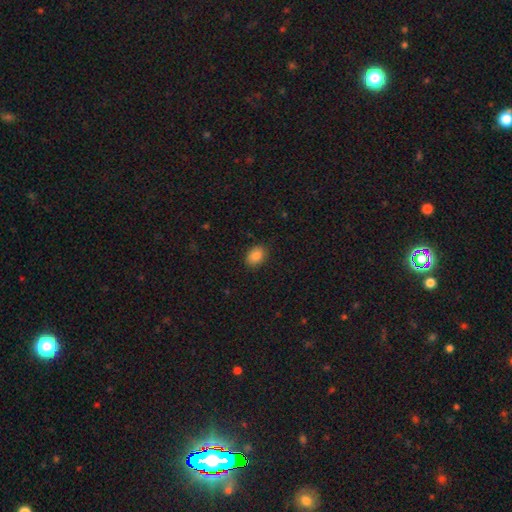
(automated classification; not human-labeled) Smooth or featured? Predicted: smooth (p=0.86). How rounded? Predicted: in between (p=0.76). Merging? Predicted: none (p=0.85).